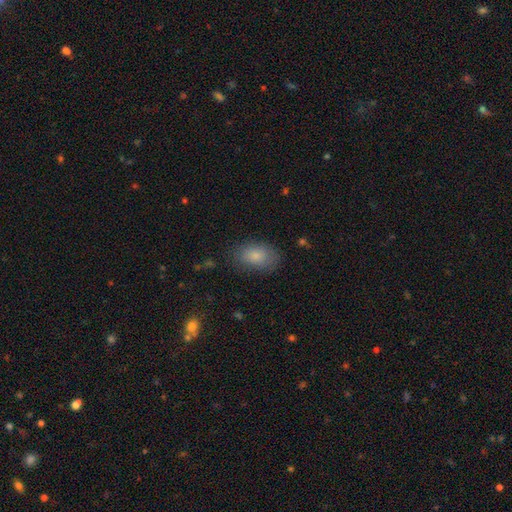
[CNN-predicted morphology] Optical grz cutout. It shows a smooth galaxy with no disk features (81%) that is in between round and cigar-shaped (88%). Merging: none (76%).